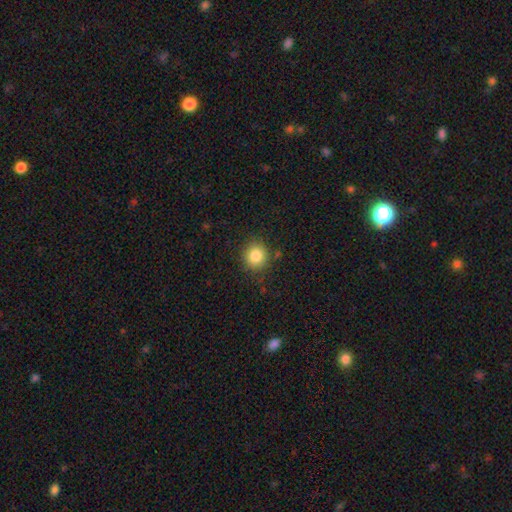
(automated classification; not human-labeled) A smooth galaxy with no disk features (84%) that is round (87%). Merging: none (86%).